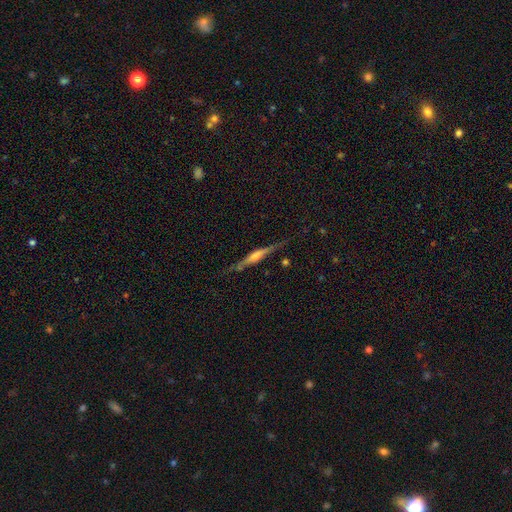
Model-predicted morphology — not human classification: Q: Smooth or featured?
A: featured or disk (78%); runner-up: smooth (15%)
Q: Edge-on disk?
A: yes (97%); runner-up: no (3%)
Q: Edge-on bulge?
A: rounded (71%); runner-up: boxy (19%)
Q: Merging?
A: none (83%); runner-up: minor disturbance (12%)